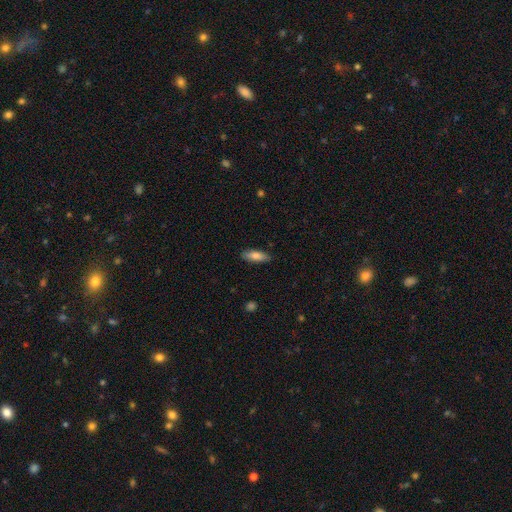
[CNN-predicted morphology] type=smooth (78%); roundness=in between (62%); merging=none (87%).